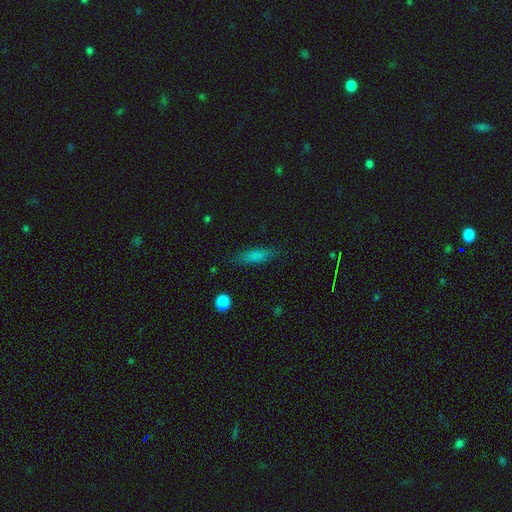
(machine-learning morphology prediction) Q: Smooth or featured?
A: smooth (77%); runner-up: featured or disk (12%)
Q: How rounded?
A: cigar-shaped (54%); runner-up: in between (43%)
Q: Merging?
A: none (79%); runner-up: minor disturbance (15%)